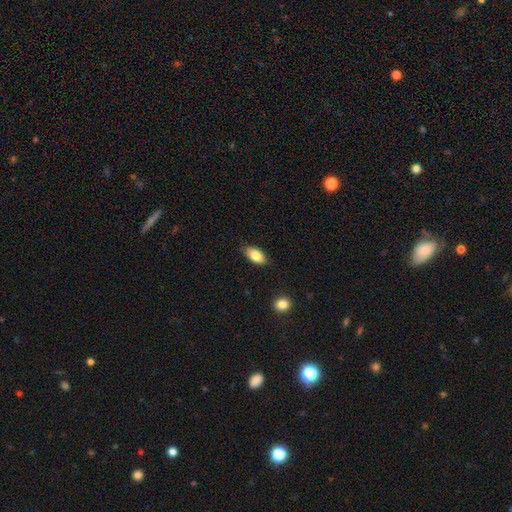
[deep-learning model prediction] A smooth galaxy with no disk features (82%) that is in between round and cigar-shaped (92%).

Vote fractions:
- Smooth or featured? smooth: 82% / featured or disk: 11% / star or artifact: 7%
- How rounded? in between: 92% / cigar-shaped: 5% / round: 3%
- Merging? none: 84% / minor disturbance: 13% / major disturbance: 2% / merger: 1%